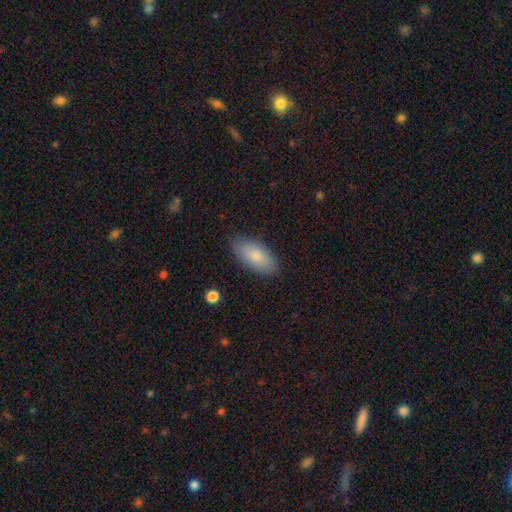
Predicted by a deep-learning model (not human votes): smooth-or-featured: smooth: 82% | featured or disk: 12% | star or artifact: 6%
  how-rounded: in between: 90% | cigar-shaped: 7% | round: 2%
  merging: none: 85% | minor disturbance: 12% | major disturbance: 3% | merger: 1%